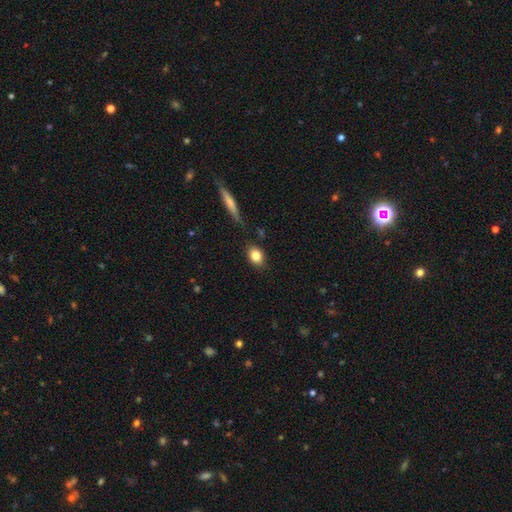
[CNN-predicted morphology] A smooth galaxy with no disk features (82%) that is in between round and cigar-shaped (59%).

Vote fractions:
- Smooth or featured? smooth: 82% / featured or disk: 9% / star or artifact: 9%
- How rounded? in between: 59% / round: 39% / cigar-shaped: 2%
- Merging? none: 82% / minor disturbance: 11% / merger: 4% / major disturbance: 3%